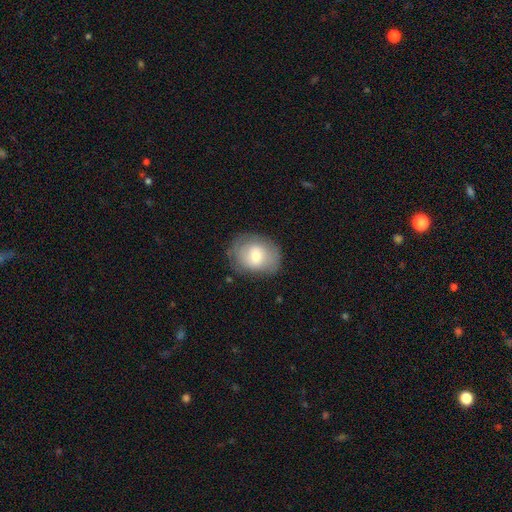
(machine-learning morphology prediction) smooth 62%, featured or disk 30%, star or artifact 8%. Down the decision tree: how rounded — in between (57%); merging — none (74%).